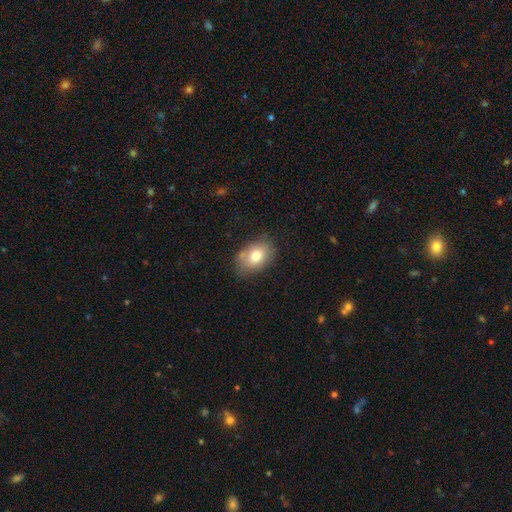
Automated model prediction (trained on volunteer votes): Smooth or featured? Predicted: smooth (p=0.75). How rounded? Predicted: in between (p=0.82). Merging? Predicted: none (p=0.71).